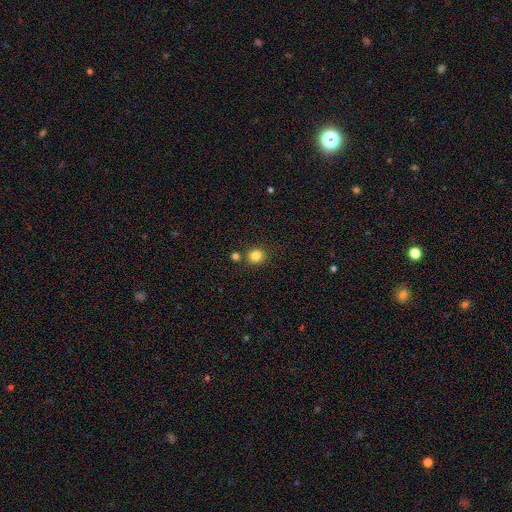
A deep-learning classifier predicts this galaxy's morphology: smooth_or_featured: smooth (p=0.83) [alt: star or artifact p=0.12]
how_rounded: round (p=0.82) [alt: in between p=0.17]
merging: none (p=0.80) [alt: merger p=0.09]